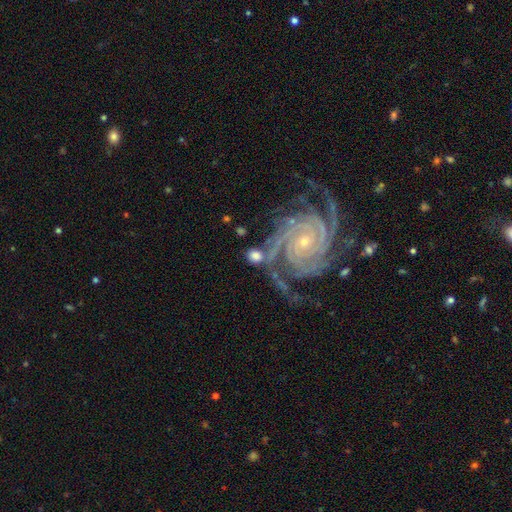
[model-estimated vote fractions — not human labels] Smooth or featured: featured or disk — 61% (smooth — 30%)
Edge-on disk: no — 95% (yes — 5%)
Bar: no — 66% (weak — 21%)
Spiral arms: yes — 94% (no — 6%)
Spiral winding: tight — 74% (medium — 21%)
Spiral arm count: 3 — 29% (2 — 23%)
Bulge size: small — 70% (moderate — 21%)
Merging: none — 61% (minor disturbance — 15%)